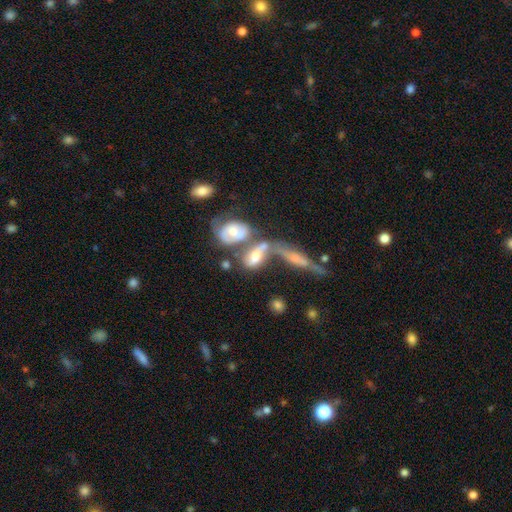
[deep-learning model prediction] Smooth or featured?
  - smooth: 46% *
  - featured or disk: 42%
  - star or artifact: 12%
Merging?
  - merger: 65% *
  - major disturbance: 14%
  - none: 13%
  - minor disturbance: 9%